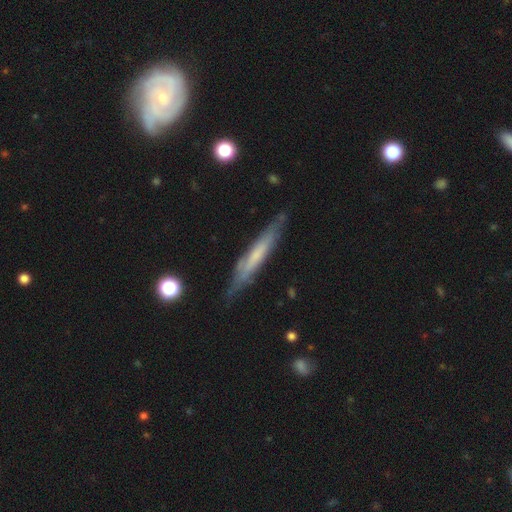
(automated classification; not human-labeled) A featured or disk galaxy (51%) viewed edge-on (83%).

Vote fractions:
- Smooth or featured? featured or disk: 51% / smooth: 43% / star or artifact: 6%
- Edge-on disk? yes: 83% / no: 17%
- Merging? none: 77% / minor disturbance: 17% / major disturbance: 4% / merger: 2%